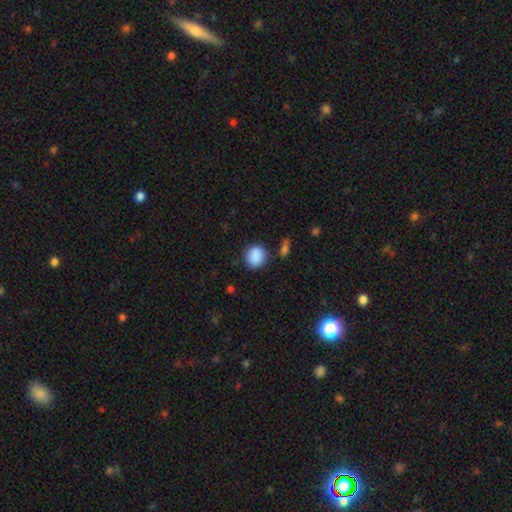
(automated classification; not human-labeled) Smooth or featured? smooth (88%)
How rounded? round (83%)
Merging? none (80%)